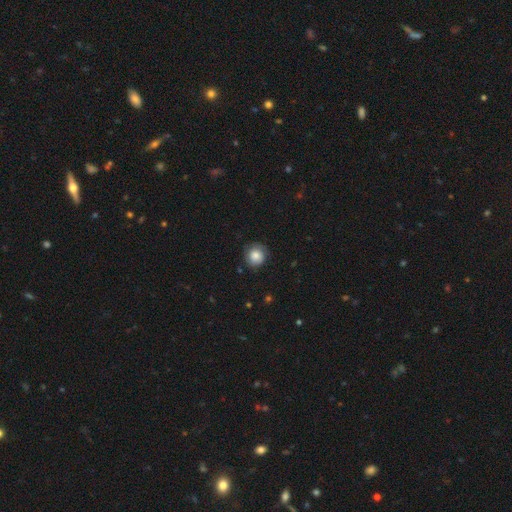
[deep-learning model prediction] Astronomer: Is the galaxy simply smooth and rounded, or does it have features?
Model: smooth — 78%.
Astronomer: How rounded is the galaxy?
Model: round — 90%.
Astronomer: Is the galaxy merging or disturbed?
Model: none — 78%.